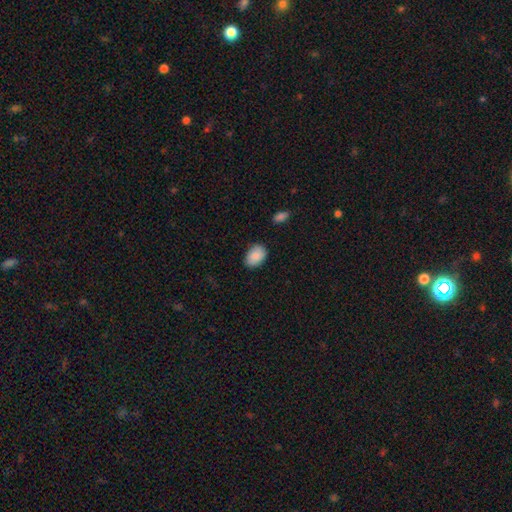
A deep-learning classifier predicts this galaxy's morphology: Overall: smooth (89%). How rounded: in between (83%). Merging: none (81%).